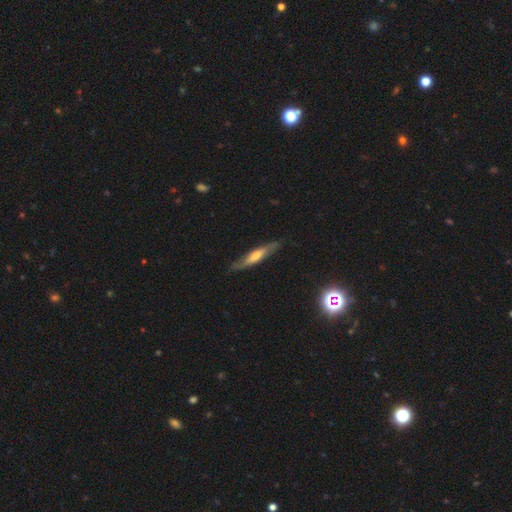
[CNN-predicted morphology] smooth-or-featured: featured or disk: 60% | smooth: 32% | star or artifact: 7%
  disk-edge-on: yes: 79% | no: 21%
  merging: none: 80% | minor disturbance: 15% | major disturbance: 3% | merger: 1%